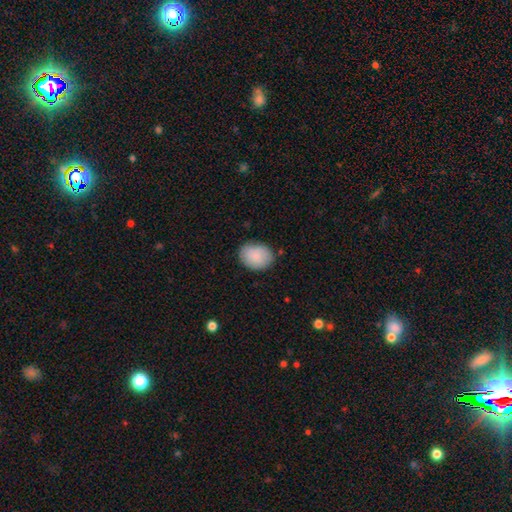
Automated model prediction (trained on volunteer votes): Q: Smooth or featured?
A: smooth (88%); runner-up: star or artifact (6%)
Q: How rounded?
A: in between (53%); runner-up: round (47%)
Q: Merging?
A: none (81%); runner-up: minor disturbance (14%)